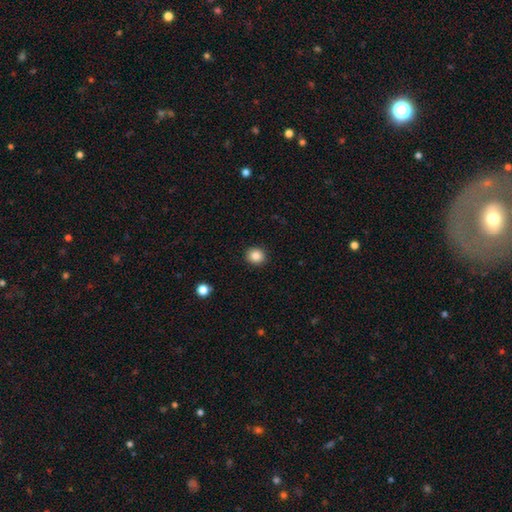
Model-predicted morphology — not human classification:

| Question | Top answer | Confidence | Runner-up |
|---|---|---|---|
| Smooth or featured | smooth | 85% | star or artifact (10%) |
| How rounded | round | 84% | in between (15%) |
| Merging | none | 92% | minor disturbance (6%) |